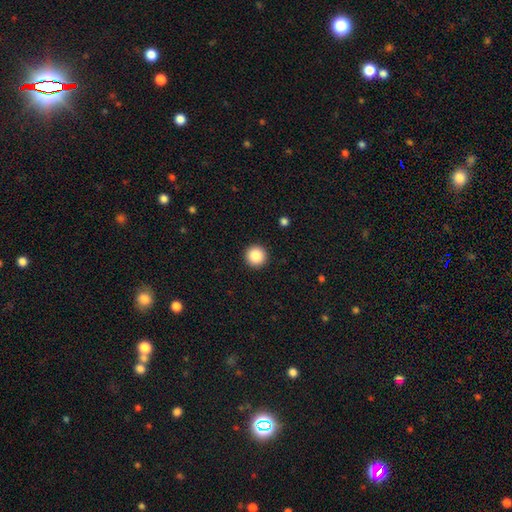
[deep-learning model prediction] smooth 86%, star or artifact 9%, featured or disk 4%. Down the decision tree: how rounded — round (96%); merging — none (93%).